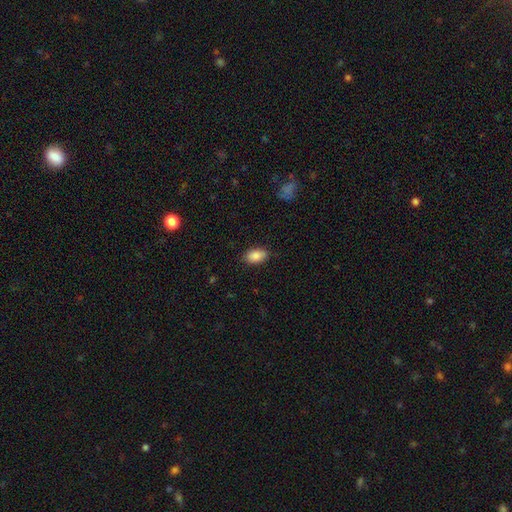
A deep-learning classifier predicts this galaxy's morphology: Smooth or featured? Predicted: smooth (p=0.88). How rounded? Predicted: in between (p=0.90). Merging? Predicted: none (p=0.83).